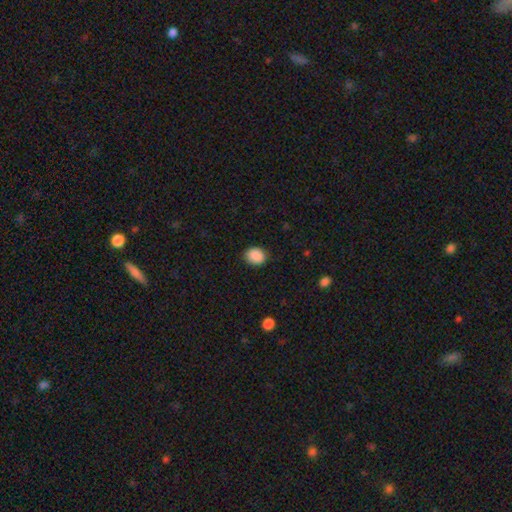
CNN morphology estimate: Smooth or featured: smooth — 89% (star or artifact — 8%)
How rounded: round — 54% (in between — 45%)
Merging: none — 86% (minor disturbance — 10%)